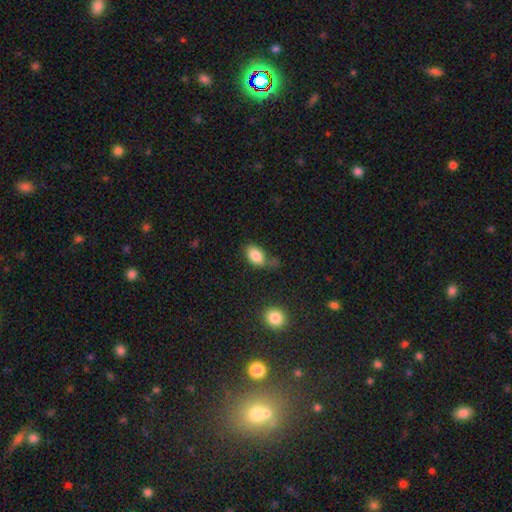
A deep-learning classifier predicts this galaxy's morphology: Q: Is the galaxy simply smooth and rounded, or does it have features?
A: smooth — 84%.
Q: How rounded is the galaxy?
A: in between — 89%.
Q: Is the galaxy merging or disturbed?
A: none — 48%.